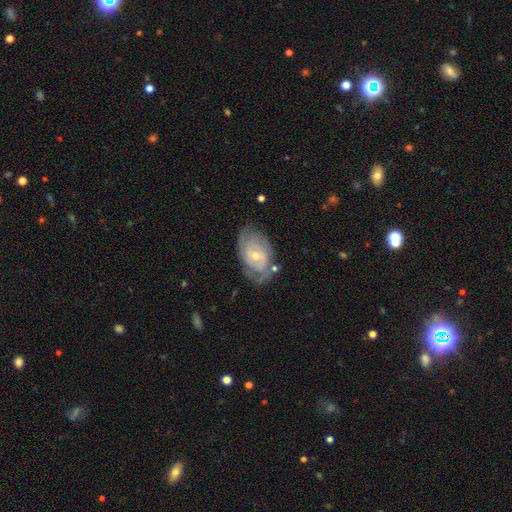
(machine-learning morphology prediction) Overall: featured or disk (81%). Edge-on disk: no (96%). Bar: no (49%; weak 41%). Spiral arms: yes (92%). Spiral arm count: 2 (47%; can't tell 29%). Spiral winding: tight (63%; medium 29%). Bulge size: small (54%; moderate 43%). Merging: none (70%).